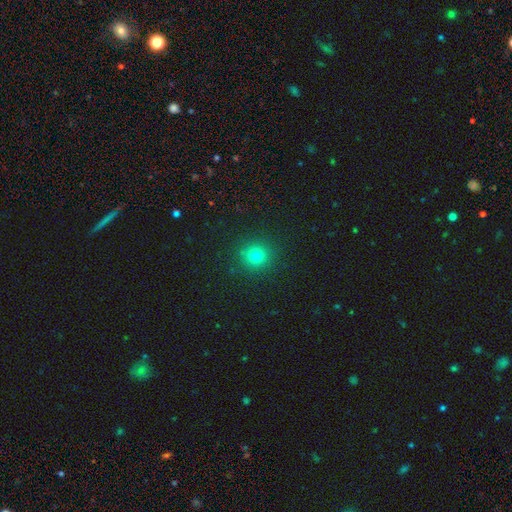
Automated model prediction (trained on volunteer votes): smooth-or-featured: smooth: 77% | star or artifact: 17% | featured or disk: 6%
  how-rounded: round: 92% | in between: 7% | cigar-shaped: 1%
  merging: none: 90% | minor disturbance: 6% | major disturbance: 2% | merger: 1%